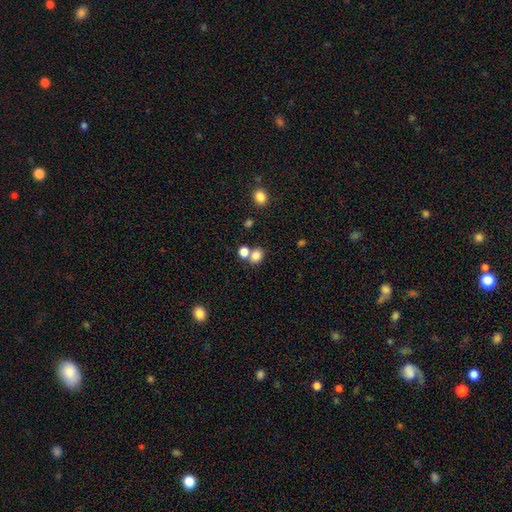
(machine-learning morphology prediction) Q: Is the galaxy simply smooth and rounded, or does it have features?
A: smooth — 81%.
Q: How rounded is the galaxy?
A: round — 59%.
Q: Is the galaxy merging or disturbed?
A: none — 53%.